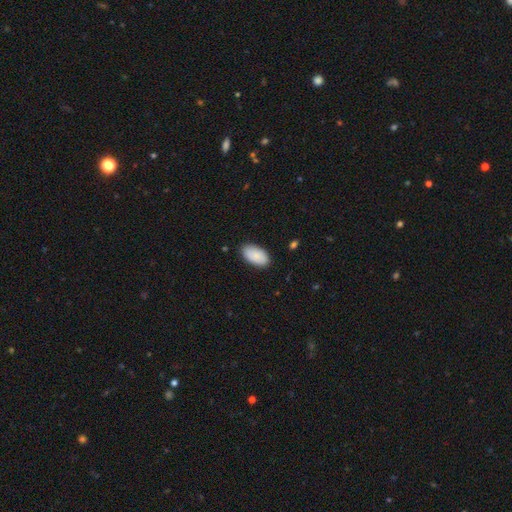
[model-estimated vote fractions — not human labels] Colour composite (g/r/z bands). It shows a smooth galaxy with no disk features (88%) that is in between round and cigar-shaped (96%). Merging: none (85%).